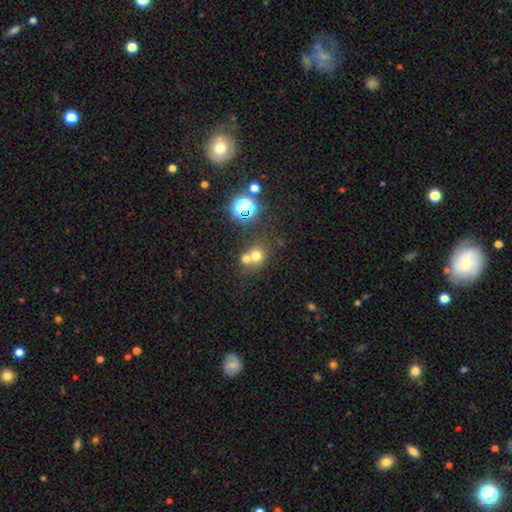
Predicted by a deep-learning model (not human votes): Smooth or featured? smooth (68%)
How rounded? round (76%)
Merging? none (44%, tied with merger)